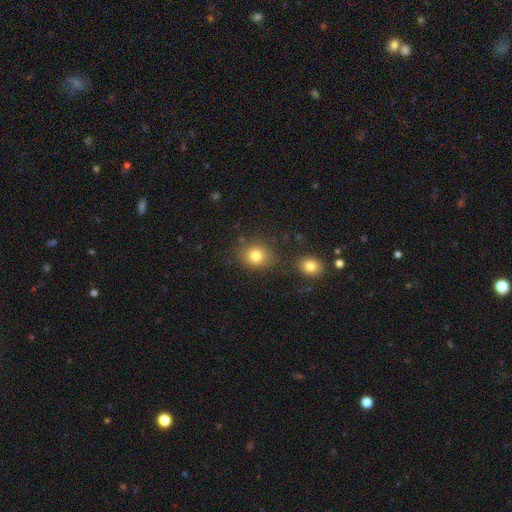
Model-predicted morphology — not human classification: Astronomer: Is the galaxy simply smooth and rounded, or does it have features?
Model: smooth — 81%.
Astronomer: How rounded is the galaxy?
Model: round — 70%.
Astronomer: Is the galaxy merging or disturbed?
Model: none — 77%.